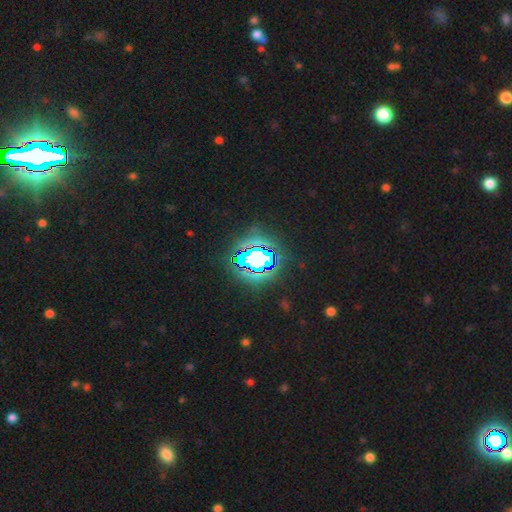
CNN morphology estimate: Smooth or featured?
  - star or artifact: 73% *
  - smooth: 15%
  - featured or disk: 12%